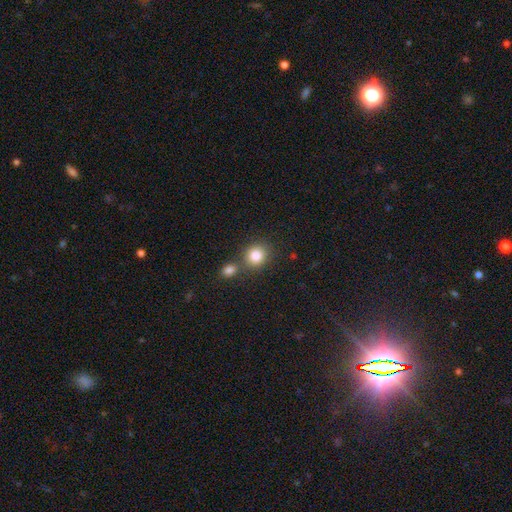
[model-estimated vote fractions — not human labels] Smooth or featured: smooth — 83% (star or artifact — 10%)
How rounded: round — 82% (in between — 17%)
Merging: none — 65% (merger — 23%)